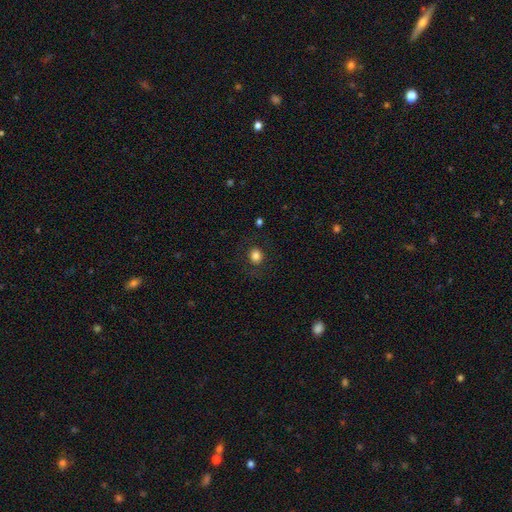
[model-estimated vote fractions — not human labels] A smooth galaxy with no disk features (83%) that is round (78%). Merging: none (86%).